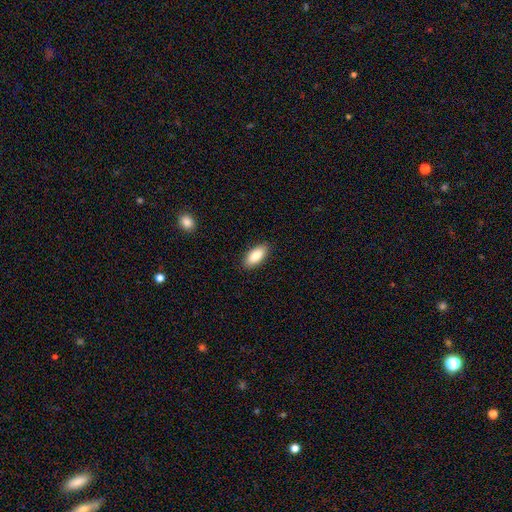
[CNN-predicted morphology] smooth 86%, featured or disk 8%, star or artifact 6%. Down the decision tree: how rounded — in between (87%); merging — none (89%).